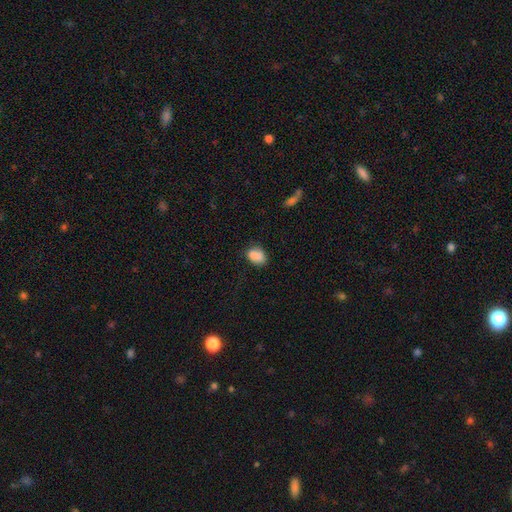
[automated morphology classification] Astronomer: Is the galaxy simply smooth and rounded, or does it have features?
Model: smooth — 84%.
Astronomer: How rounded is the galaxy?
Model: in between — 76%.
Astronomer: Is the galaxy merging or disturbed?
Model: none — 62%.